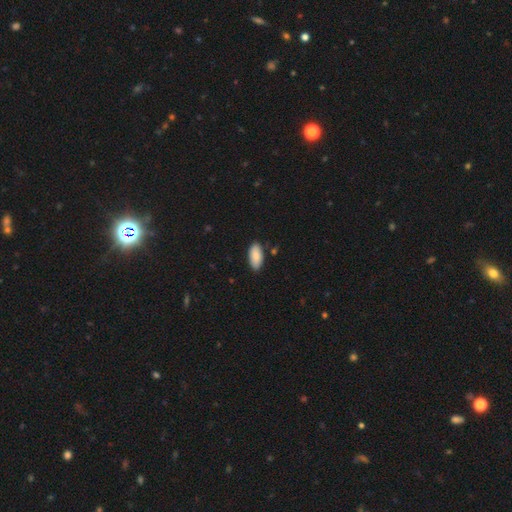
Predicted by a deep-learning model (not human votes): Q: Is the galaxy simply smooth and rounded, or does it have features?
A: smooth — 88%.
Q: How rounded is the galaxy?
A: in between — 92%.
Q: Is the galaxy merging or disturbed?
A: none — 84%.